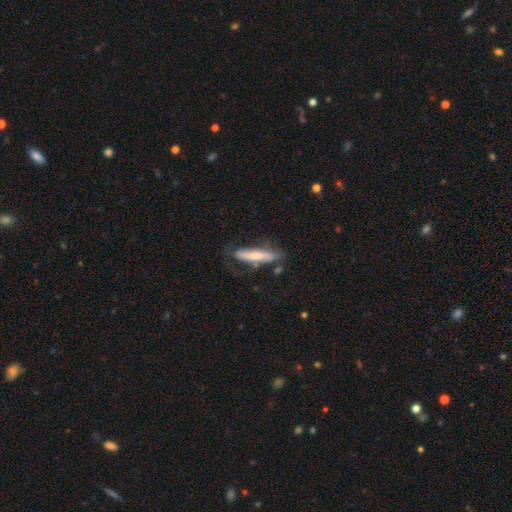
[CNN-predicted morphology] smooth_or_featured: smooth (p=0.61) [alt: featured or disk p=0.33]
how_rounded: cigar-shaped (p=0.86) [alt: in between p=0.13]
merging: none (p=0.62) [alt: minor disturbance p=0.23]